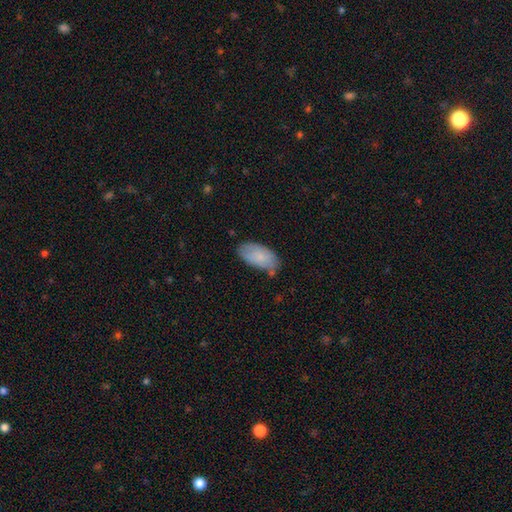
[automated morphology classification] Smooth or featured? smooth (76%)
How rounded? in between (94%)
Merging? none (70%)